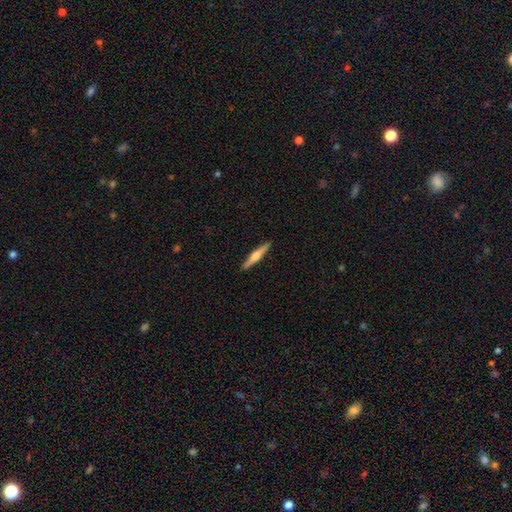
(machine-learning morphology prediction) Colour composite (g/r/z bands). It shows a featured or disk galaxy (61%) viewed edge-on (98%) with a rounded central bulge (86%). Merging: none (92%).